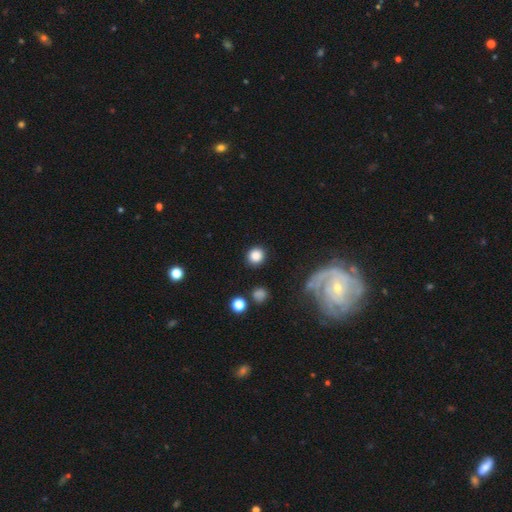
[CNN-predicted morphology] Smooth or featured: smooth — 83% (star or artifact — 11%)
How rounded: round — 88% (in between — 11%)
Merging: none — 87% (minor disturbance — 8%)